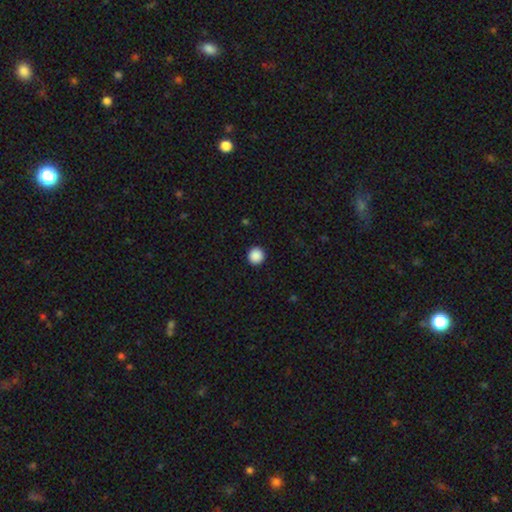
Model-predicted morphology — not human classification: A smooth galaxy with no disk features (89%) that is round (94%). Merging: none (93%).